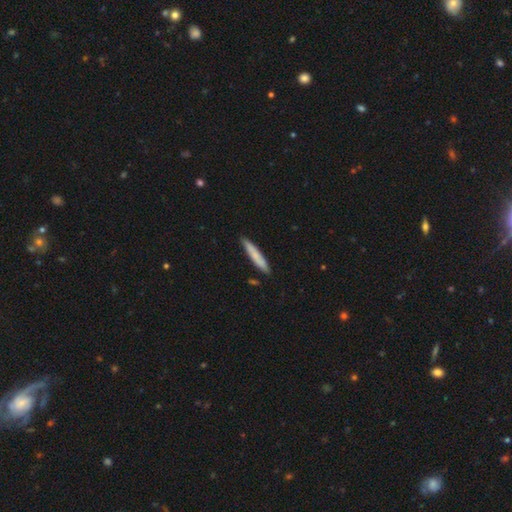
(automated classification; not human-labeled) Morphology: type=smooth (72%); roundness=cigar-shaped (93%); merging=none (86%).